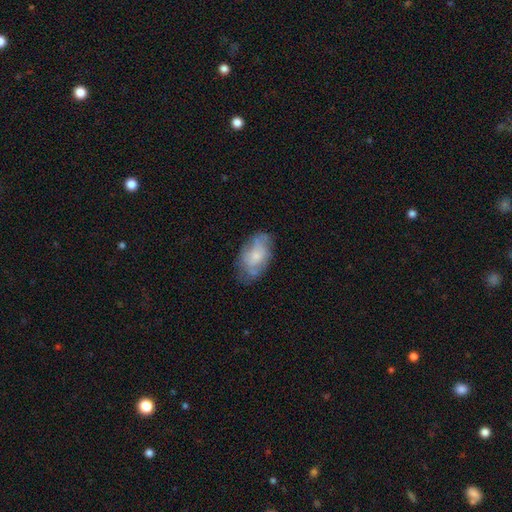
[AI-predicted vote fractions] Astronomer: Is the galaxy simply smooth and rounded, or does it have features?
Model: smooth — 52% (runner-up: featured or disk, 40%).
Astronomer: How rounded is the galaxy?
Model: in between — 92%.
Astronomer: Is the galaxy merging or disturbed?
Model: none — 60%.